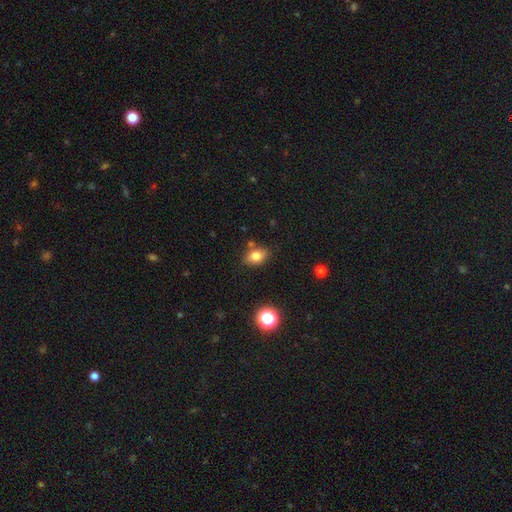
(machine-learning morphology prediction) Overall: smooth (78%). How rounded: in between (73%). Merging: none (78%).